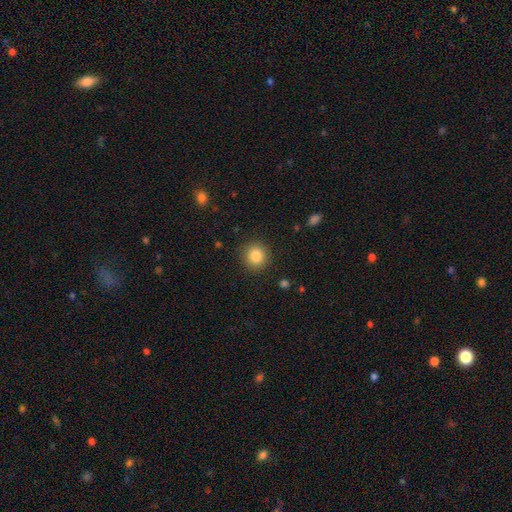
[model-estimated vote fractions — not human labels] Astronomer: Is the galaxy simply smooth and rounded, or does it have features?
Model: smooth — 84%.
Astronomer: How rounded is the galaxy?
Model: round — 90%.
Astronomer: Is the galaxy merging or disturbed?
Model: none — 89%.